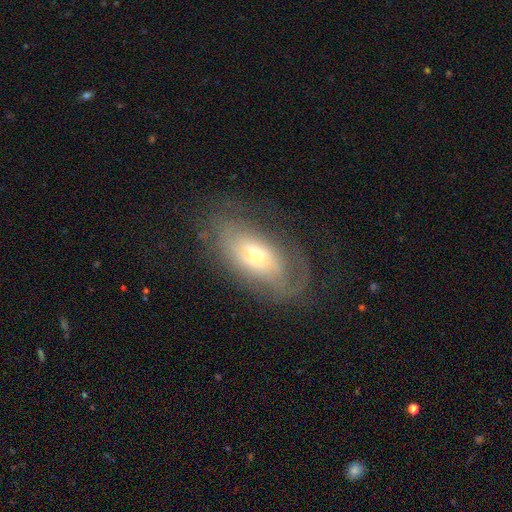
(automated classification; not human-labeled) smooth-or-featured: featured or disk: 58% | smooth: 33% | star or artifact: 8%
  disk-edge-on: no: 87% | yes: 13%
    bar: no: 68% | weak: 24% | strong: 7%
    has-spiral-arms: yes: 67% | no: 33%
    bulge-size: moderate: 54% | small: 37% | large: 6% | dominant: 1% | none: 1%
  merging: none: 60% | minor disturbance: 21% | major disturbance: 18% | merger: 2%